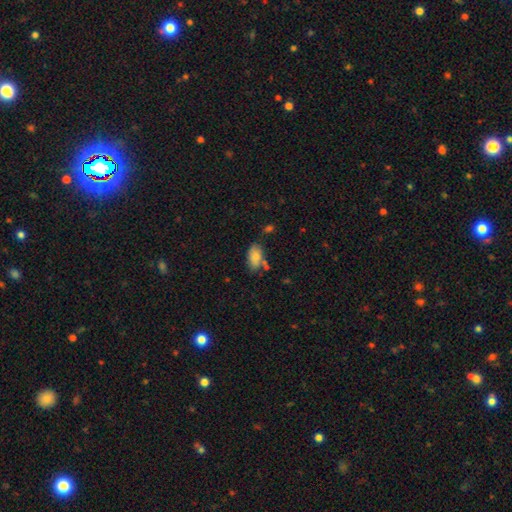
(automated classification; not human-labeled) Smooth or featured? Predicted: smooth (p=0.81). How rounded? Predicted: in between (p=0.92). Merging? Predicted: none (p=0.62).